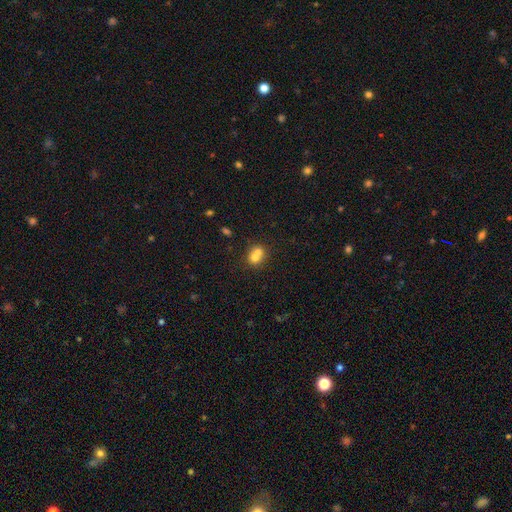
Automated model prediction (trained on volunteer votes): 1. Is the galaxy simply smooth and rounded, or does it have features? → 69% smooth, 19% featured or disk, 11% star or artifact.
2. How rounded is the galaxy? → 65% round, 34% in between, 1% cigar-shaped.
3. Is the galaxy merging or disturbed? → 59% merger, 30% none, 8% minor disturbance, 3% major disturbance.